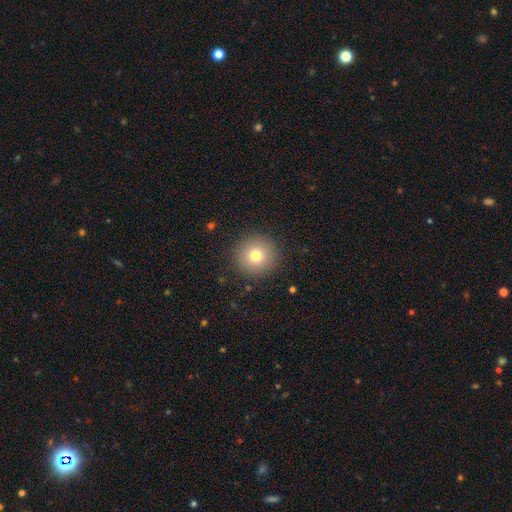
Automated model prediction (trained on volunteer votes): This appears to be a smooth galaxy with no disk features (76%) that is round (95%). Merging: none (90%).